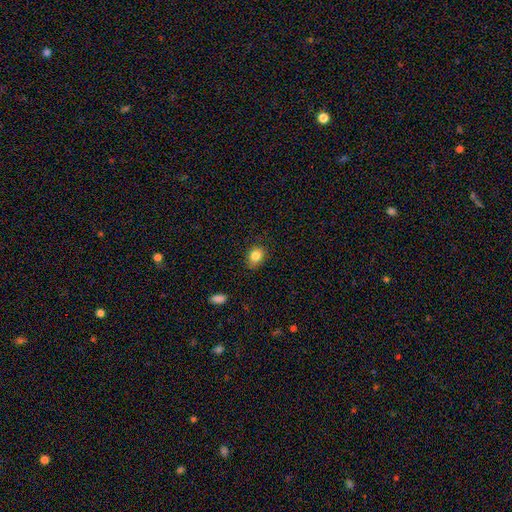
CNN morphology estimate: smooth-or-featured: smooth: 83% | star or artifact: 10% | featured or disk: 7%
  how-rounded: round: 50% | in between: 49% | cigar-shaped: 1%
  merging: none: 80% | minor disturbance: 16% | major disturbance: 3% | merger: 1%